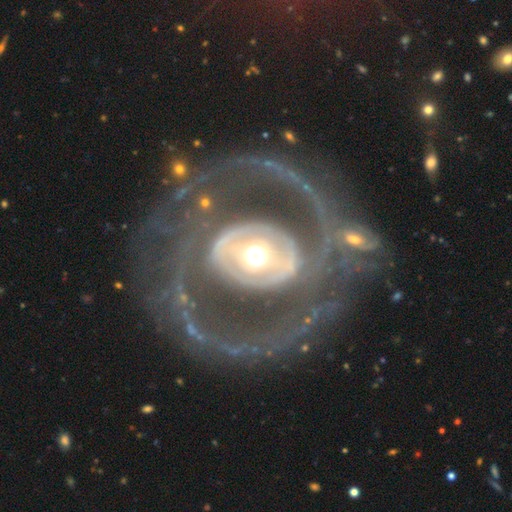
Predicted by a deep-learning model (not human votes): smooth-or-featured: featured or disk: 87% | smooth: 8% | star or artifact: 5%
  disk-edge-on: no: 96% | yes: 4%
    bar: no: 52% | strong: 25% | weak: 23%
    has-spiral-arms: yes: 81% | no: 19%
      spiral-winding: medium: 42% | tight: 32% | loose: 26%
      spiral-arm-count: 2: 64% | can't tell: 12% | 3: 8% | 1: 6% | 4: 5% | more than 4: 5%
    bulge-size: moderate: 62% | large: 24% | small: 10% | dominant: 3% | none: 1%
  merging: none: 65% | major disturbance: 18% | minor disturbance: 13% | merger: 4%